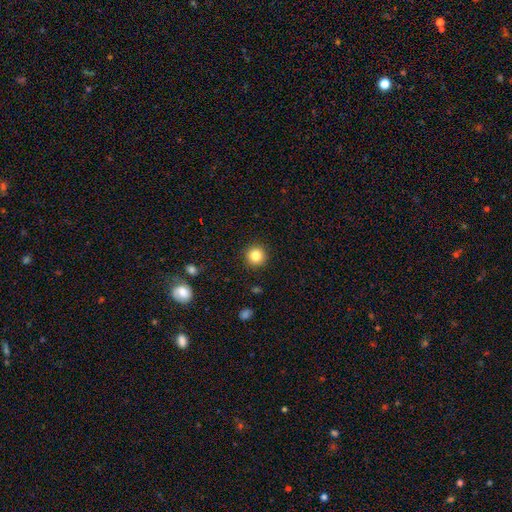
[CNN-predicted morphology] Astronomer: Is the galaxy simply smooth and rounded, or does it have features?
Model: smooth — 83%.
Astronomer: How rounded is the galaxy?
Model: round — 95%.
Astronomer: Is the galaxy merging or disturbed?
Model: none — 91%.